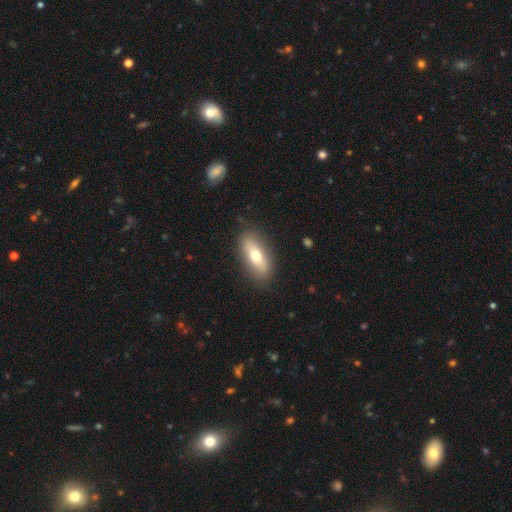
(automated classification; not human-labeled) Smooth or featured: smooth — 64% (featured or disk — 30%)
How rounded: in between — 75% (cigar-shaped — 21%)
Merging: none — 85% (minor disturbance — 11%)